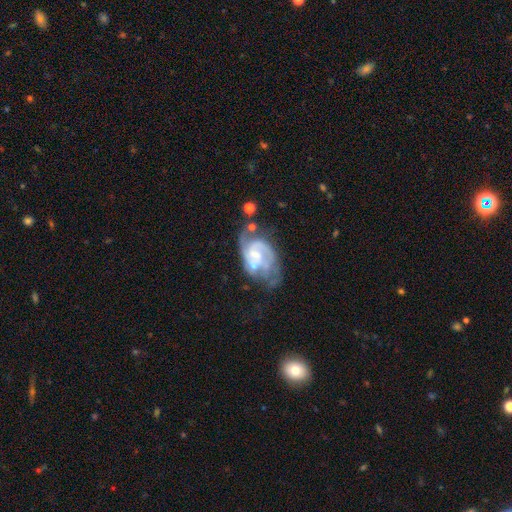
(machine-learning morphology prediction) A featured or disk galaxy (81%) with a weak bar (46%), 2 (59%) medium (46%) spiral arms (89%) and a small central bulge (50%).

Vote fractions:
- Smooth or featured? featured or disk: 81% / smooth: 13% / star or artifact: 6%
- Edge-on disk? no: 97% / yes: 3%
- Bar? weak: 46% / no: 45% / strong: 10%
- Spiral arms? yes: 89% / no: 11%
- Spiral winding? medium: 46% / tight: 36% / loose: 18%
- Spiral arm count? 2: 59% / can't tell: 20% / 3: 9% / 1: 8% / 4: 2% / more than 4: 2%
- Bulge size? small: 50% / moderate: 32% / none: 13% / large: 4% / dominant: 1%
- Merging? none: 37% / major disturbance: 26% / minor disturbance: 25% / merger: 11%